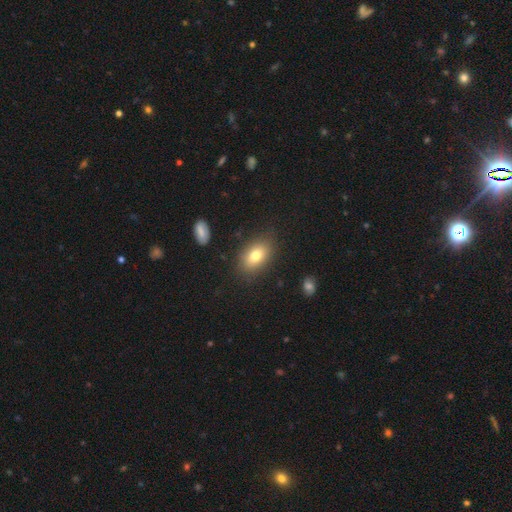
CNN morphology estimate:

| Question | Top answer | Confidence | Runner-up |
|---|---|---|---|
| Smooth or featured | smooth | 77% | featured or disk (14%) |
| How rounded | in between | 86% | round (12%) |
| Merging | none | 83% | minor disturbance (11%) |